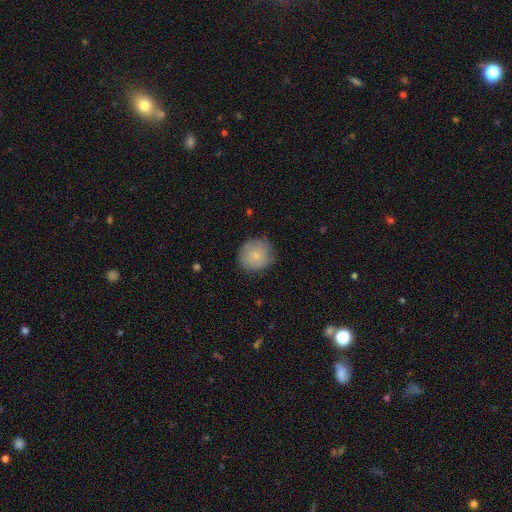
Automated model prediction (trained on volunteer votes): Smooth or featured?
  - smooth: 74% *
  - featured or disk: 20%
  - star or artifact: 7%
How rounded?
  - round: 90% *
  - in between: 9%
  - cigar-shaped: 1%
Merging?
  - none: 79% *
  - minor disturbance: 16%
  - major disturbance: 4%
  - merger: 1%